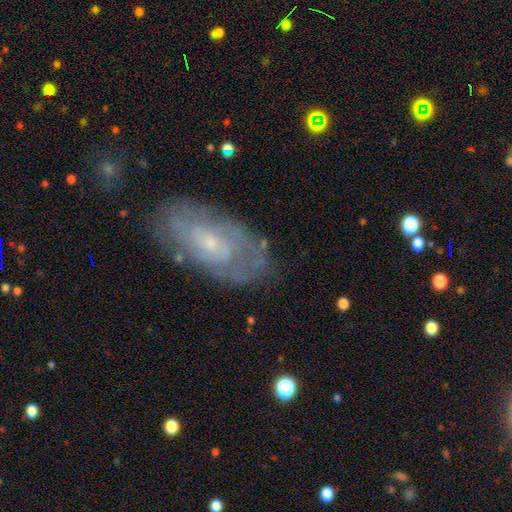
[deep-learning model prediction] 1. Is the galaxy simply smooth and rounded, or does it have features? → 66% featured or disk, 26% smooth, 8% star or artifact.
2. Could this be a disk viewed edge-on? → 92% no, 8% yes.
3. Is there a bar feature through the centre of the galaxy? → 70% no, 25% weak, 4% strong.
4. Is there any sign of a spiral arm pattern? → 69% yes, 31% no.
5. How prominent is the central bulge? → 72% small, 23% moderate, 3% none, 1% large, 1% dominant.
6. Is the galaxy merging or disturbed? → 74% none, 18% minor disturbance, 6% major disturbance, 2% merger.